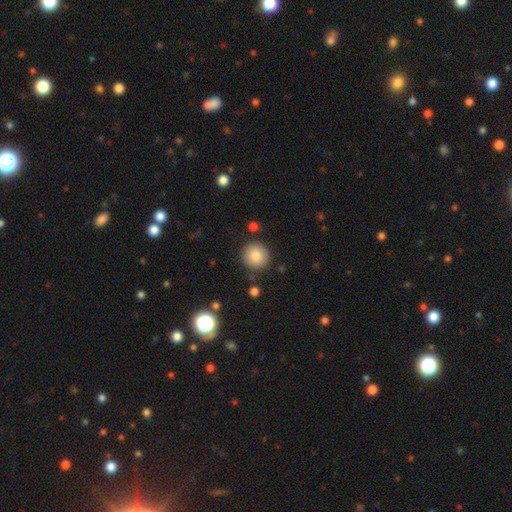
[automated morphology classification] type=smooth (85%); roundness=round (94%); merging=none (86%).